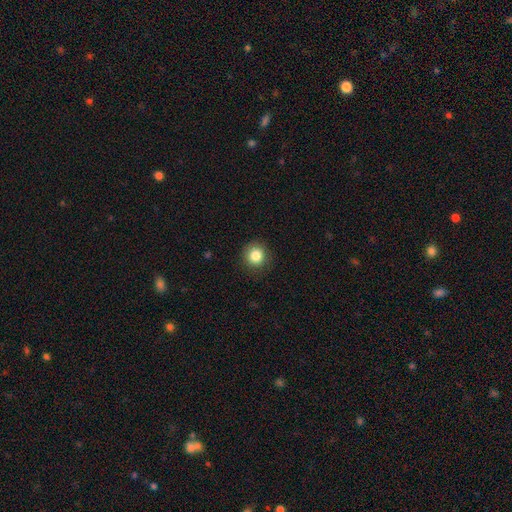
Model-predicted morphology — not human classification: Smooth or featured? Predicted: smooth (p=0.84). How rounded? Predicted: round (p=0.92). Merging? Predicted: none (p=0.88).